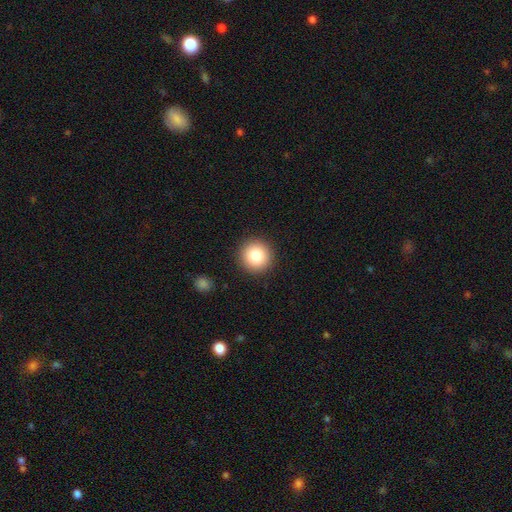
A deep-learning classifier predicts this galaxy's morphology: This appears to be a smooth galaxy with no disk features (82%) that is round (94%). Merging: none (91%).